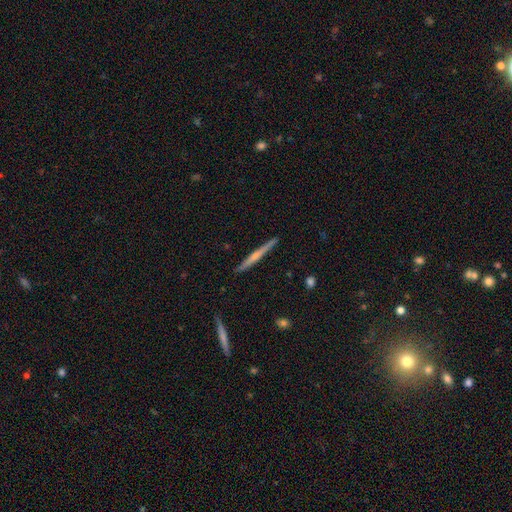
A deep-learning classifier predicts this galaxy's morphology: Overall: featured or disk (56%; smooth 39%). Edge-on disk: yes (98%). Edge-on bulge: none (49%; rounded 43%). Merging: none (91%).